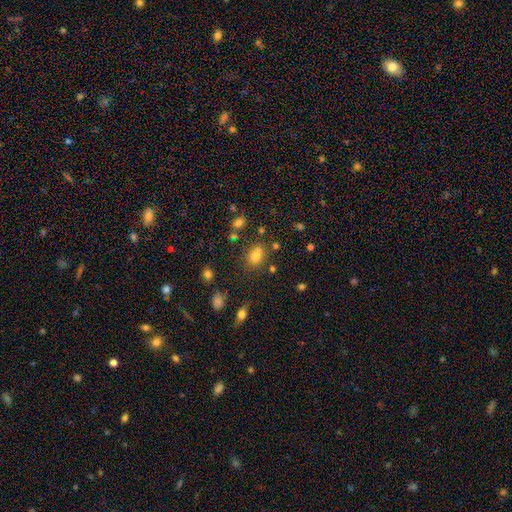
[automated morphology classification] Smooth or featured: smooth — 74% (star or artifact — 16%)
How rounded: in between — 60% (round — 38%)
Merging: none — 66% (minor disturbance — 16%)